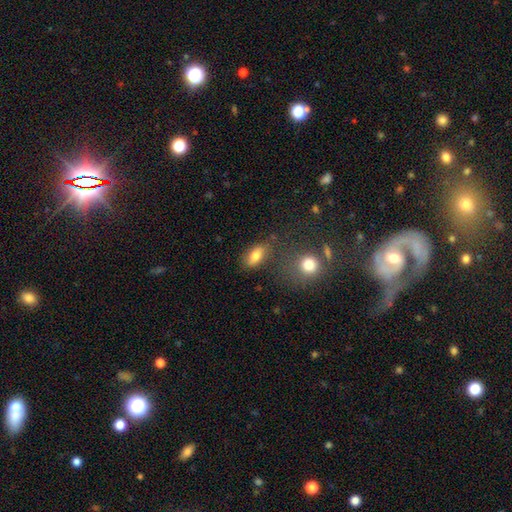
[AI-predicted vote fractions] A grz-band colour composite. It shows a smooth galaxy with no disk features (78%) that is in between round and cigar-shaped (85%). Merging: none (74%).